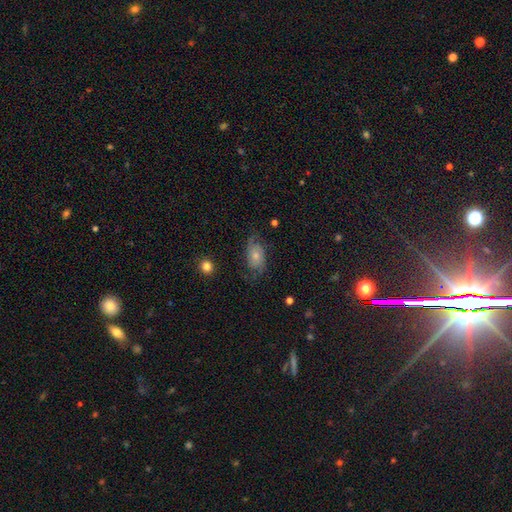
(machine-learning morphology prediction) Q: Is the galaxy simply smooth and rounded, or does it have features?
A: featured or disk — 58%.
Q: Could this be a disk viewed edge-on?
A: no — 95%.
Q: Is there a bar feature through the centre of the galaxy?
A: no — 77%.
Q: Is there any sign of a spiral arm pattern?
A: yes — 87%.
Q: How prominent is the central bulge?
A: small — 46%.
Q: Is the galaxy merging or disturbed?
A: none — 62%.